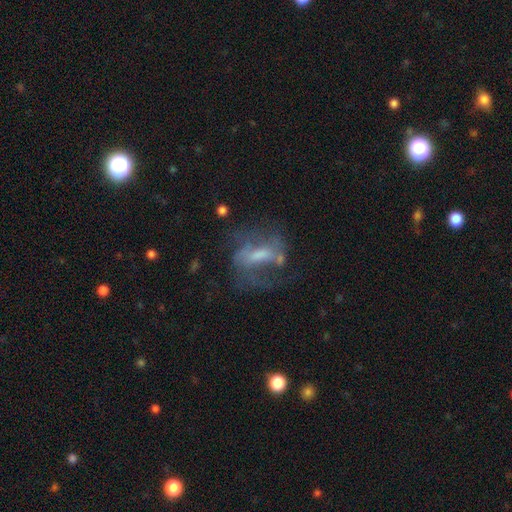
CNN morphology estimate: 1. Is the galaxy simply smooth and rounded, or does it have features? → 67% featured or disk, 21% smooth, 13% star or artifact.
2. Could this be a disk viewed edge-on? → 92% no, 8% yes.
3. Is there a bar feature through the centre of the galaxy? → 41% weak, 35% strong, 25% no.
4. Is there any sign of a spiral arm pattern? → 69% yes, 31% no.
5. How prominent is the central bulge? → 36% moderate, 32% small, 21% none, 9% large, 2% dominant.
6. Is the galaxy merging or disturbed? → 49% none, 28% major disturbance, 19% minor disturbance, 4% merger.